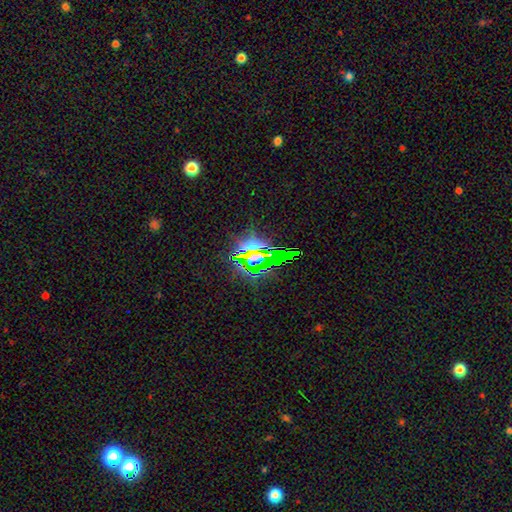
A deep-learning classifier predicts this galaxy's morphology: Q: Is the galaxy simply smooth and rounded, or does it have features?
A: star or artifact — 72%.